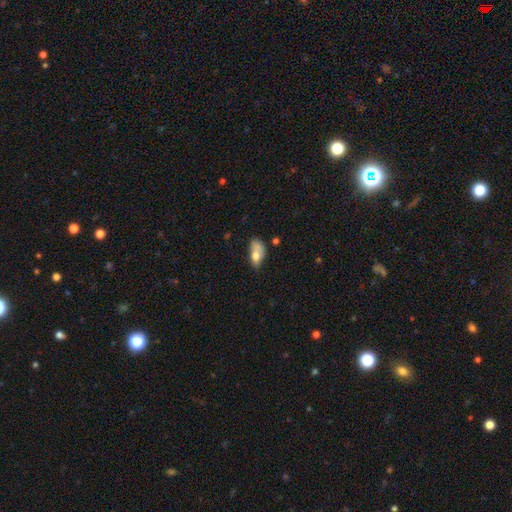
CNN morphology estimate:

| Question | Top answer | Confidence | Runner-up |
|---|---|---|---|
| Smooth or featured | smooth | 72% | featured or disk (20%) |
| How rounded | in between | 88% | round (7%) |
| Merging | minor disturbance | 37% | none (32%) |